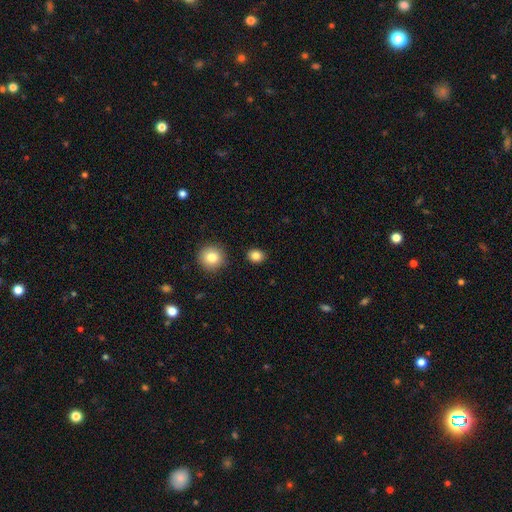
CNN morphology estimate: A smooth galaxy with no disk features (84%) that is round (66%).

Vote fractions:
- Smooth or featured? smooth: 84% / star or artifact: 11% / featured or disk: 5%
- How rounded? round: 66% / in between: 33% / cigar-shaped: 1%
- Merging? none: 89% / minor disturbance: 7% / merger: 2% / major disturbance: 2%